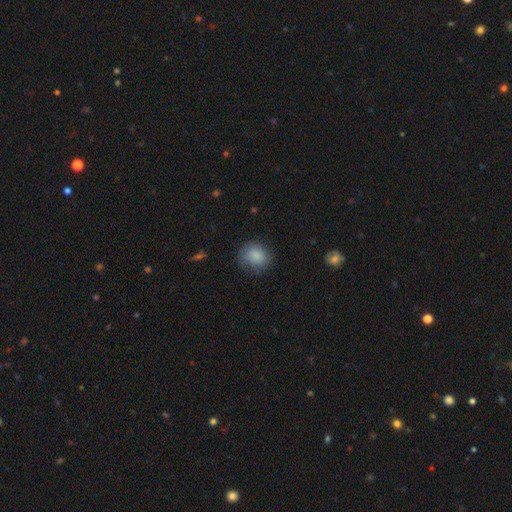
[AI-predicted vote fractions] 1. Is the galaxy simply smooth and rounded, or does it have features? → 86% smooth, 8% star or artifact, 6% featured or disk.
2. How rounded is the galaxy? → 70% round, 29% in between, 1% cigar-shaped.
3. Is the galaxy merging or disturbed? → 73% none, 20% minor disturbance, 6% major disturbance, 1% merger.